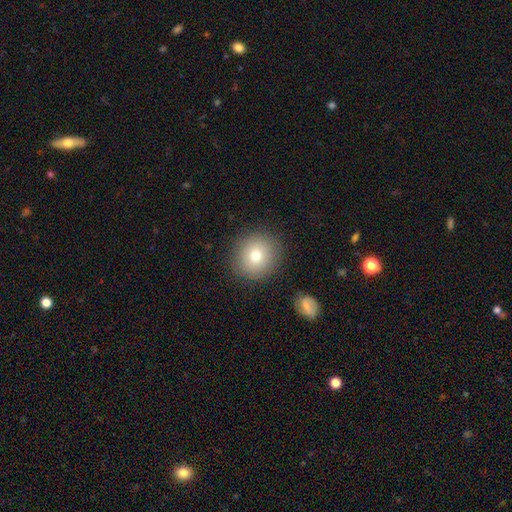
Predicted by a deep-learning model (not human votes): smooth-or-featured: smooth: 75% | featured or disk: 14% | star or artifact: 11%
  how-rounded: round: 91% | in between: 8% | cigar-shaped: 1%
  merging: none: 88% | minor disturbance: 8% | major disturbance: 3% | merger: 2%